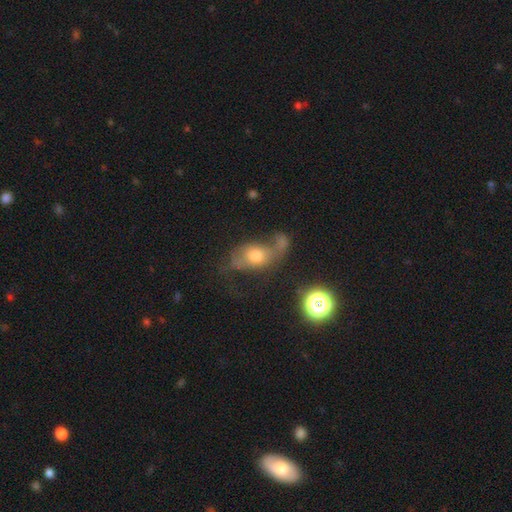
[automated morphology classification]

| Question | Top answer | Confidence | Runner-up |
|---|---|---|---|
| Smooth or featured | smooth | 49% | featured or disk (37%) |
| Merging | none | 32% | major disturbance (29%) |